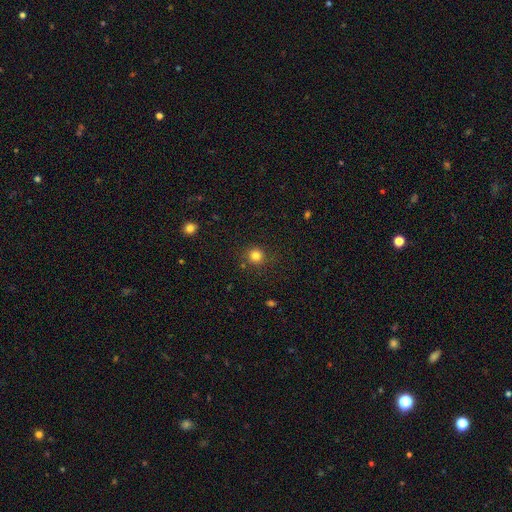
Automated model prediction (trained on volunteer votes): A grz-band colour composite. It shows a smooth galaxy with no disk features (81%) that is round (93%). Merging: none (87%).